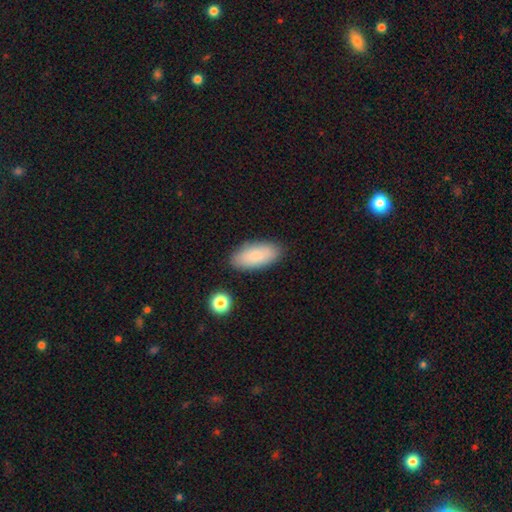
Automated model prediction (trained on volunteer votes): Smooth or featured? smooth (84%)
How rounded? in between (91%)
Merging? none (85%)